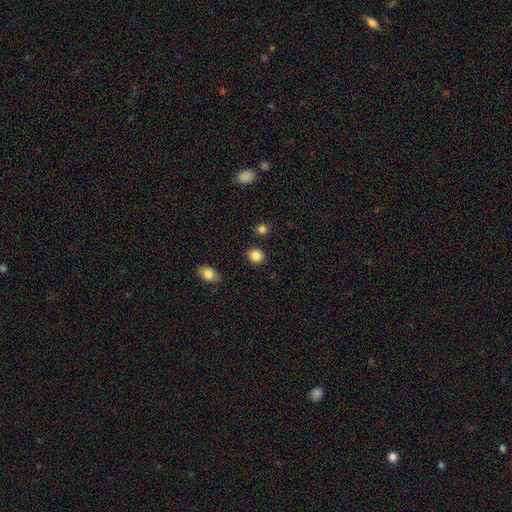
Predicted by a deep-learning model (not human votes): A smooth galaxy with no disk features (86%) that is round (64%).

Vote fractions:
- Smooth or featured? smooth: 86% / star or artifact: 9% / featured or disk: 5%
- How rounded? round: 64% / in between: 35% / cigar-shaped: 1%
- Merging? none: 87% / minor disturbance: 8% / merger: 3% / major disturbance: 2%